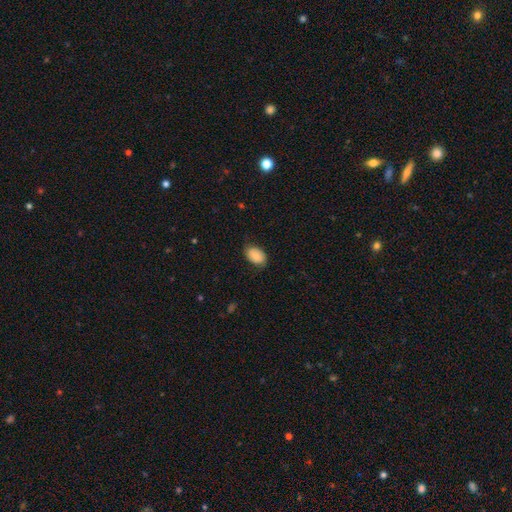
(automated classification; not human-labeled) Smooth or featured: smooth — 81% (featured or disk — 12%)
How rounded: in between — 87% (round — 12%)
Merging: none — 75% (minor disturbance — 20%)